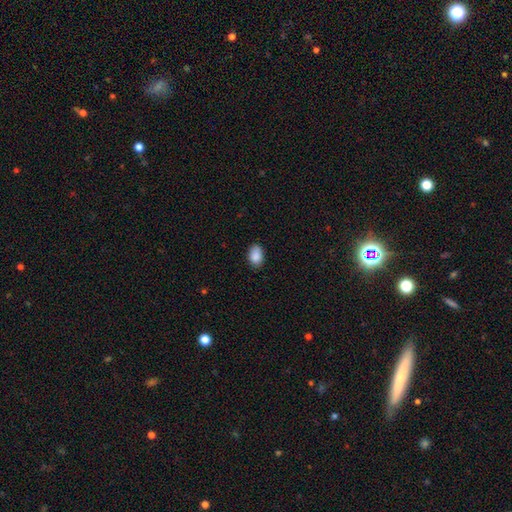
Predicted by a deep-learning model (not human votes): The model was most divided on "merging": none: 82%, minor disturbance: 15%, major disturbance: 2%, merger: 1%. More confident: smooth or featured — smooth (89%); how rounded — in between (87%).